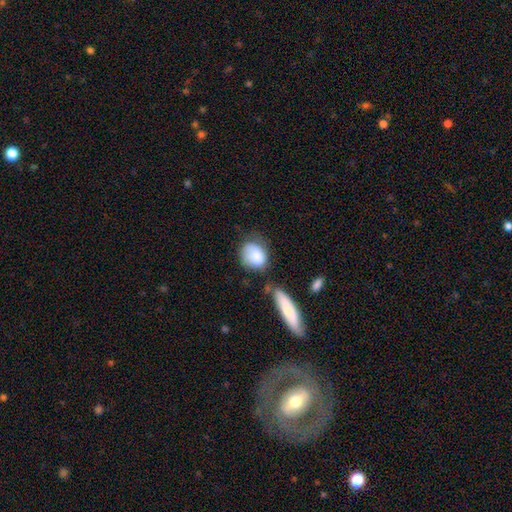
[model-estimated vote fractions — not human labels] A smooth galaxy with no disk features (80%) that is in between round and cigar-shaped (56%). Merging: none (43%).